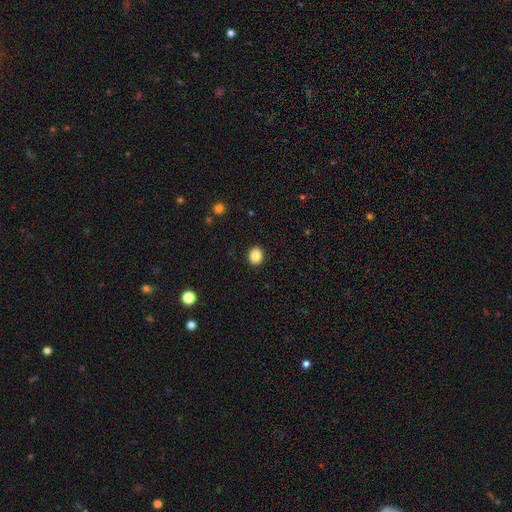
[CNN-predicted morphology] Smooth or featured? smooth (88%)
How rounded? round (64%)
Merging? none (91%)